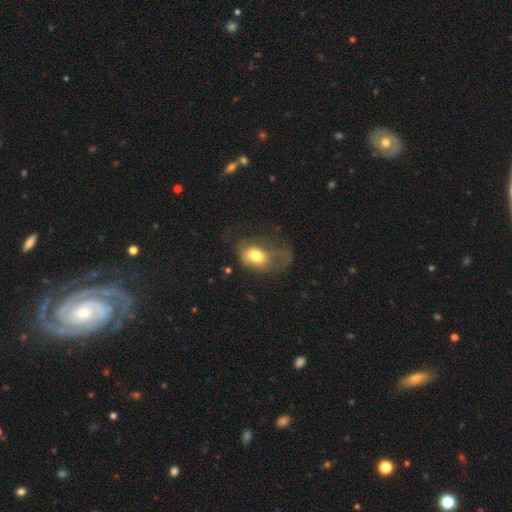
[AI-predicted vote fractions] Smooth or featured: smooth — 69% (featured or disk — 23%)
How rounded: in between — 76% (round — 23%)
Merging: major disturbance — 53% (minor disturbance — 22%)